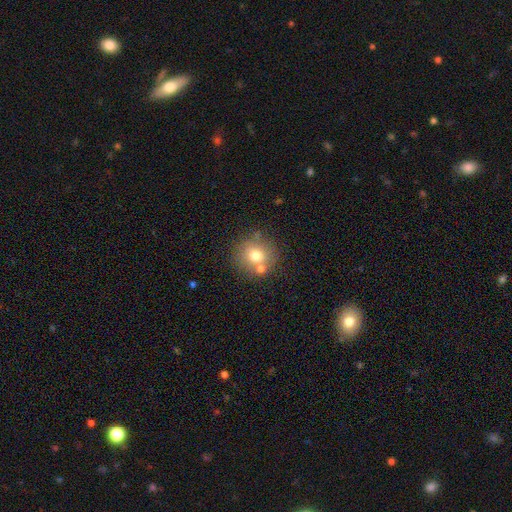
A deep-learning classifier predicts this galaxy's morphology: This is likely a smooth galaxy (71%). How rounded: clearly round (88%). Merging: likely none (69%).